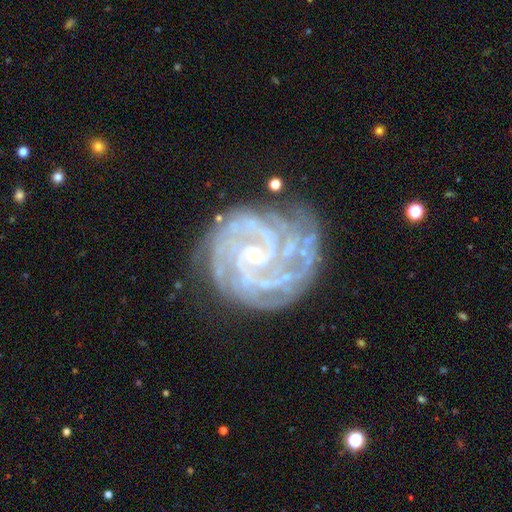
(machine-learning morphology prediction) type=featured or disk (90%); edge-on=no (98%); bar=no (53%); spiral arms=yes (98%); winding=tight (74%); arm count=3 (23%); bulge=small (71%); merging=none (74%).